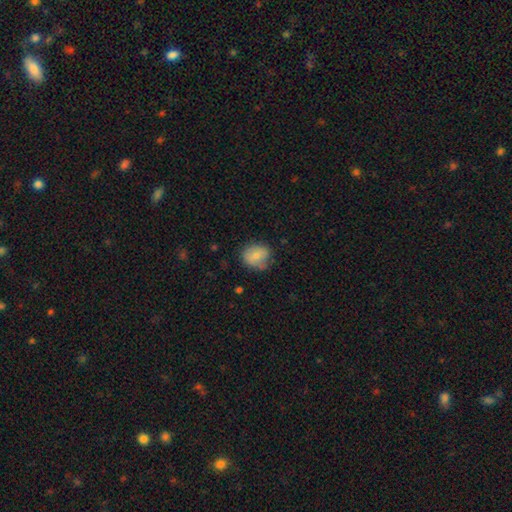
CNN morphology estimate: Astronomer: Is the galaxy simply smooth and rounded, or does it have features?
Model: smooth — 74%.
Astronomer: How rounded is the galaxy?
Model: round — 70%.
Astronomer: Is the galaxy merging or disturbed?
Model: none — 65%.